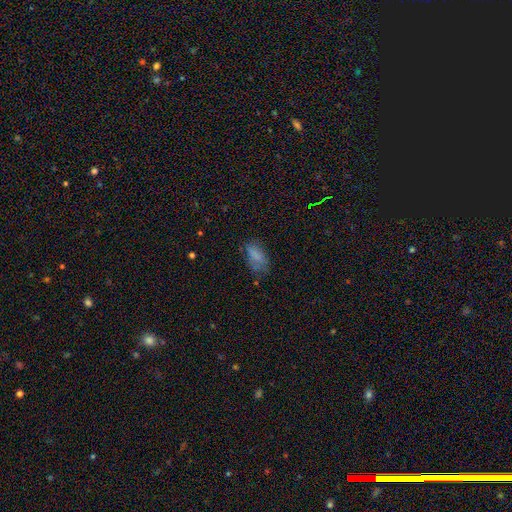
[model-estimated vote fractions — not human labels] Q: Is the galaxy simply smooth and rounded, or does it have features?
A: smooth — 74%.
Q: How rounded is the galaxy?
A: in between — 89%.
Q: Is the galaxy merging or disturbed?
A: none — 53%.